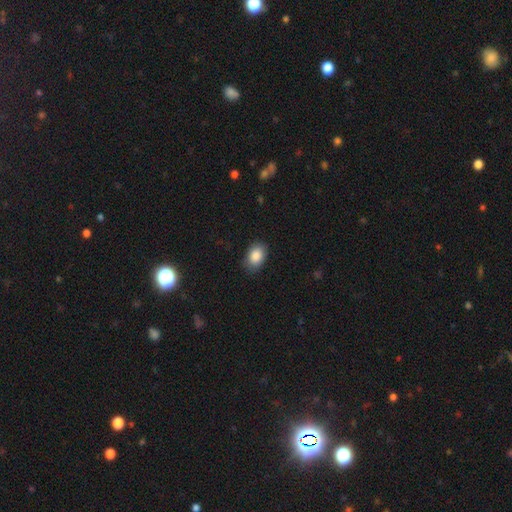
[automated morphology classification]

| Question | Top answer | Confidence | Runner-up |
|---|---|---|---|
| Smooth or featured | smooth | 88% | star or artifact (7%) |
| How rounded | in between | 83% | round (16%) |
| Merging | none | 83% | minor disturbance (13%) |